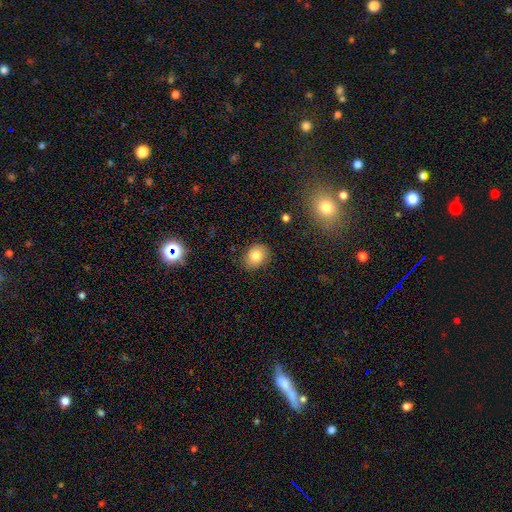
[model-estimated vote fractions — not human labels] smooth 80%, featured or disk 10%, star or artifact 10%. Down the decision tree: how rounded — in between (52%); merging — none (84%).